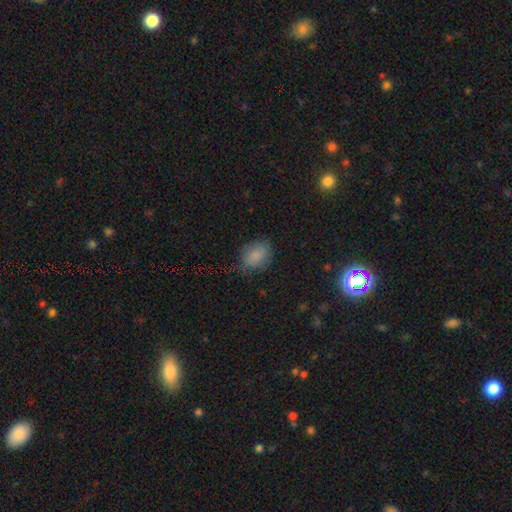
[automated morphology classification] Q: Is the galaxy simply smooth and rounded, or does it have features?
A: smooth — 83%.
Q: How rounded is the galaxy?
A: in between — 51%.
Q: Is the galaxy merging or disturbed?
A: none — 74%.